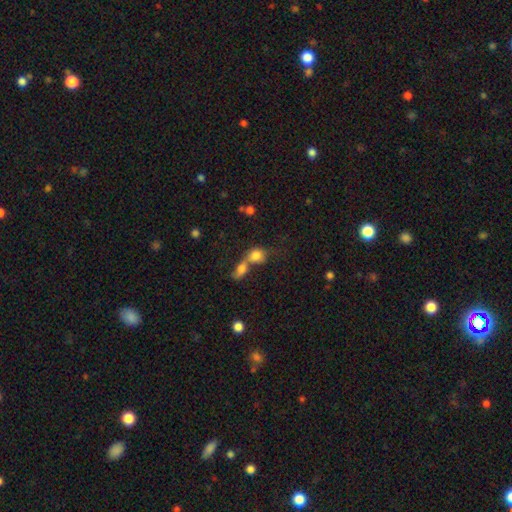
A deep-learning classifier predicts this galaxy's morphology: A smooth galaxy with no disk features (78%) that is round (61%). Merging: merger (69%).